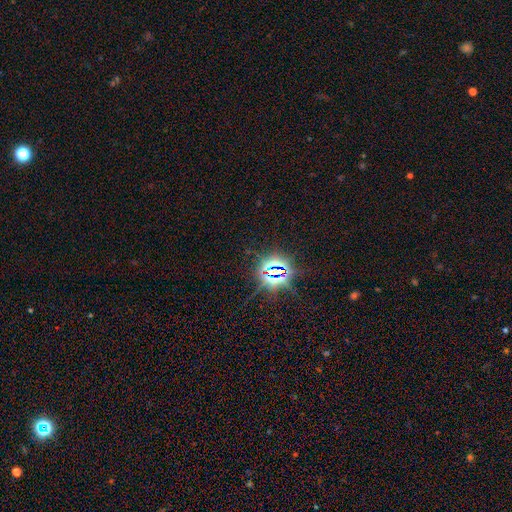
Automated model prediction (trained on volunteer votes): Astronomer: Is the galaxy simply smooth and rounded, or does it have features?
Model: star or artifact — 82%.